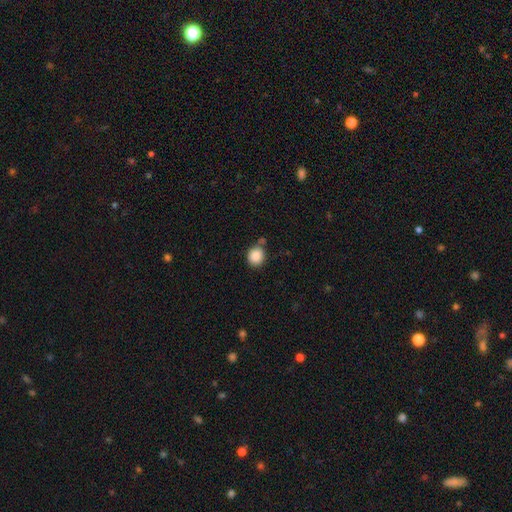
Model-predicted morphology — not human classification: A smooth galaxy with no disk features (88%) that is round (81%). Merging: none (70%).